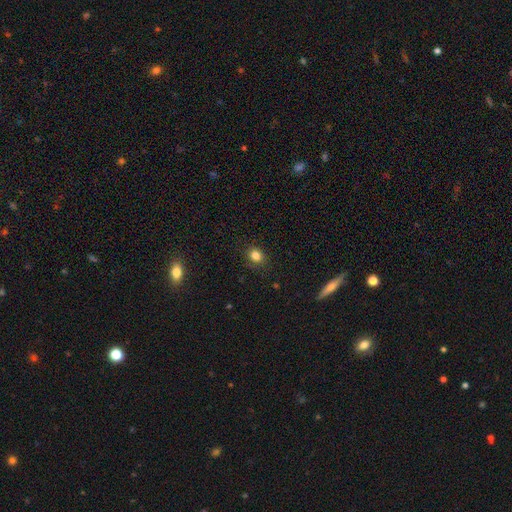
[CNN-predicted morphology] type=smooth (82%); roundness=round (58%); merging=none (84%).